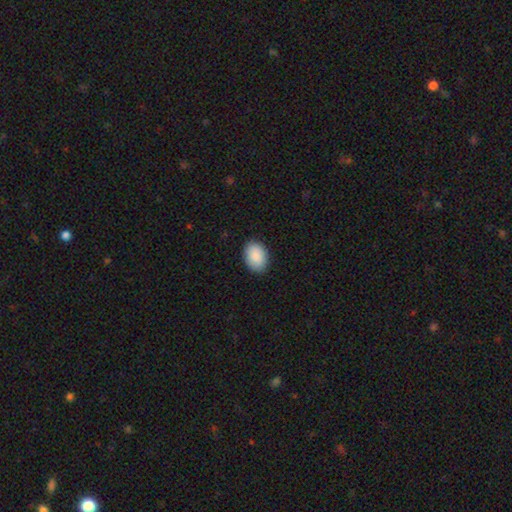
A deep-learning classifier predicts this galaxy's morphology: This is clearly a smooth galaxy (91%). How rounded: clearly in between (82%). Merging: clearly none (88%).